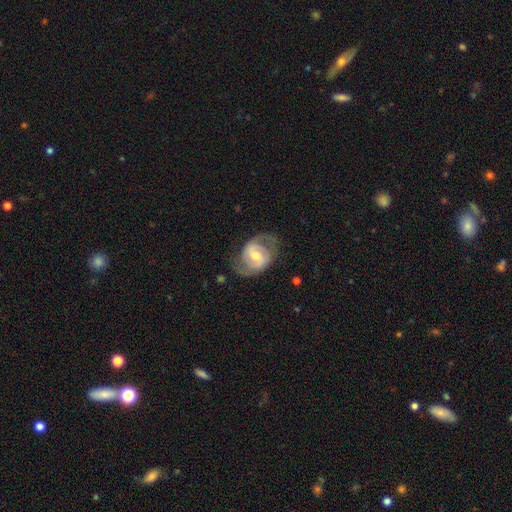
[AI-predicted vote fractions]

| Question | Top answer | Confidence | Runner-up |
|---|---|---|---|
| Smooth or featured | featured or disk | 77% | smooth (18%) |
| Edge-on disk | no | 97% | yes (3%) |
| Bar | weak | 50% | no (31%) |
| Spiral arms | yes | 88% | no (12%) |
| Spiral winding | medium | 50% | tight (27%) |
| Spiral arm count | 2 | 85% | can't tell (9%) |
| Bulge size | moderate | 61% | small (31%) |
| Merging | none | 66% | minor disturbance (20%) |